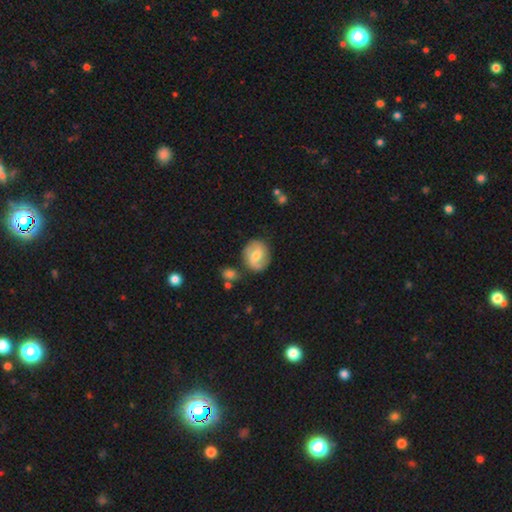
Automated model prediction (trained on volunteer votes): Smooth or featured? Predicted: featured or disk (p=0.63). Edge-on disk? Predicted: no (p=0.97). Bar? Predicted: weak (p=0.54). Spiral arms? Predicted: yes (p=0.86). Spiral winding? Predicted: medium (p=0.46). Spiral arm count? Predicted: 2 (p=0.85). Bulge size? Predicted: moderate (p=0.62). Merging? Predicted: none (p=0.76).